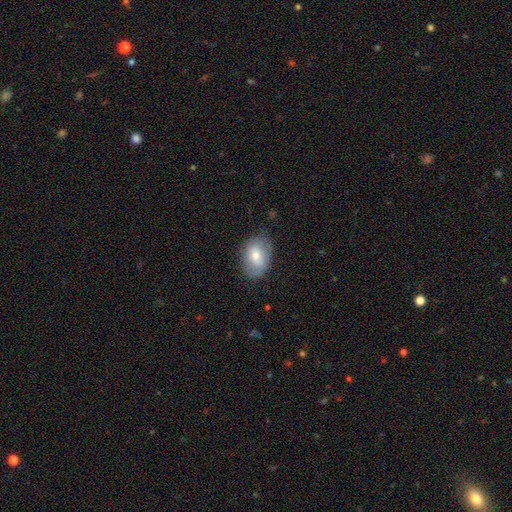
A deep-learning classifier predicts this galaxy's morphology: Overall: smooth (66%; featured or disk 27%). How rounded: in between (85%). Merging: none (73%).